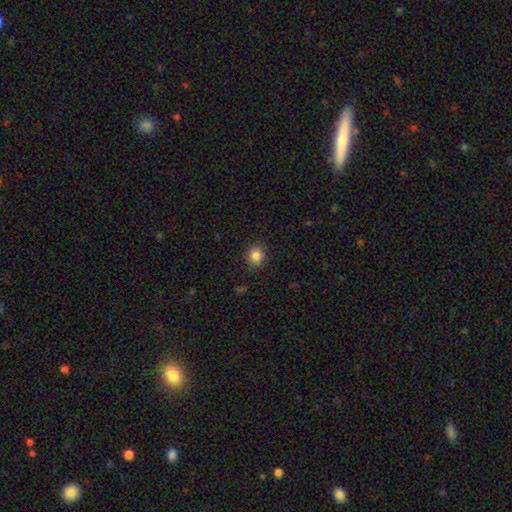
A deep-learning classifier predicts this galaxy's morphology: Smooth or featured? smooth (86%)
How rounded? round (75%)
Merging? none (88%)